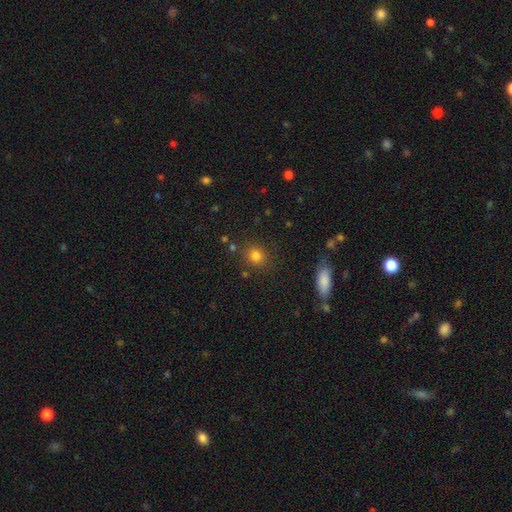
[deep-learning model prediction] The model was most divided on "how rounded": round: 80%, in between: 19%, cigar-shaped: 1%. More confident: merging — none (83%); smooth or featured — smooth (80%).